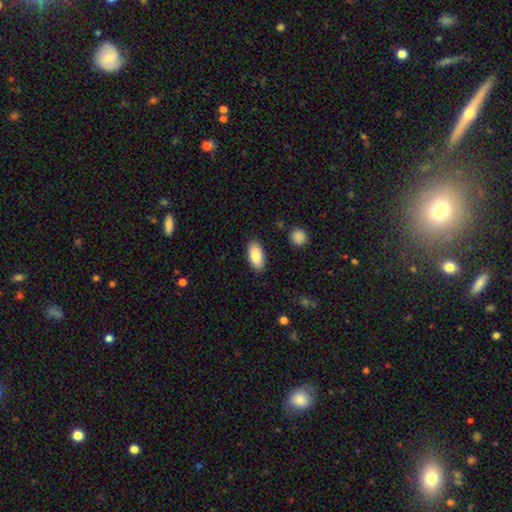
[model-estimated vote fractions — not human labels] Morphology: type=smooth (86%); roundness=in between (90%); merging=none (87%).